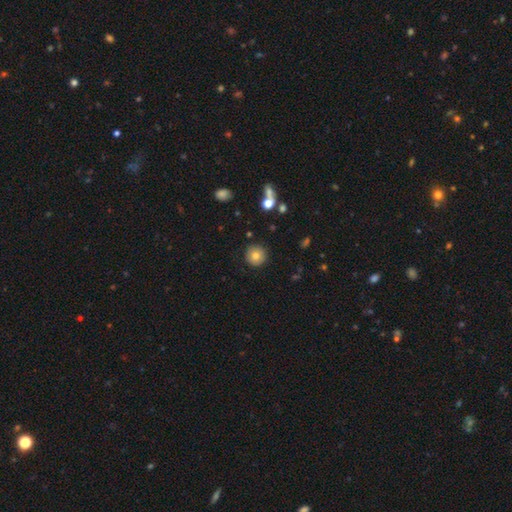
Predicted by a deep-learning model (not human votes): A smooth galaxy with no disk features (77%) that is round (95%). Merging: none (89%).